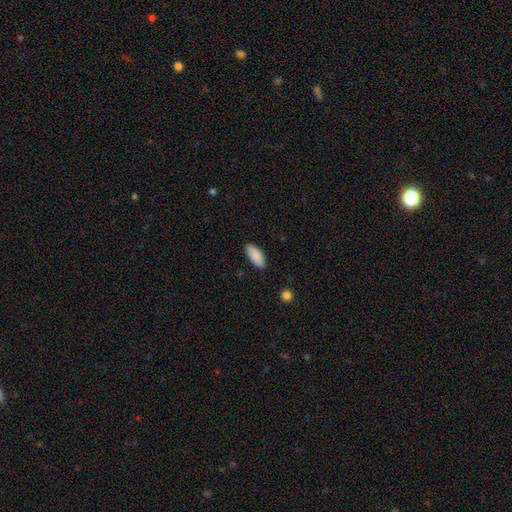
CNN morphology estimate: The model was most divided on "how rounded": in between: 85%, cigar-shaped: 13%, round: 2%. More confident: smooth or featured — smooth (89%); merging — none (86%).